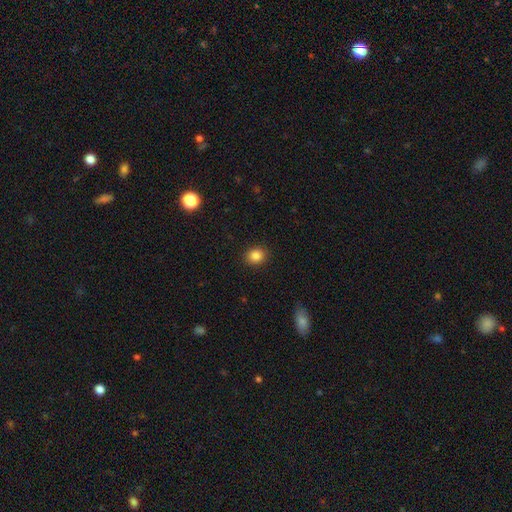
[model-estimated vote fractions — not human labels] A smooth galaxy with no disk features (85%) that is round (72%).

Vote fractions:
- Smooth or featured? smooth: 85% / star or artifact: 11% / featured or disk: 5%
- How rounded? round: 72% / in between: 27% / cigar-shaped: 1%
- Merging? none: 90% / minor disturbance: 7% / major disturbance: 2% / merger: 1%